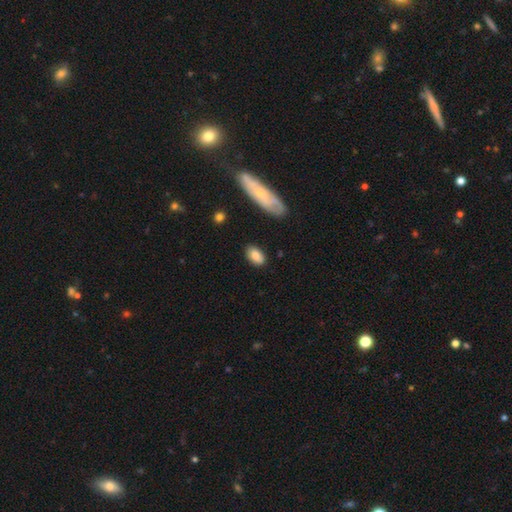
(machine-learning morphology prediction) smooth_or_featured: smooth (p=0.83) [alt: featured or disk p=0.11]
how_rounded: in between (p=0.89) [alt: round p=0.08]
merging: none (p=0.85) [alt: minor disturbance p=0.11]